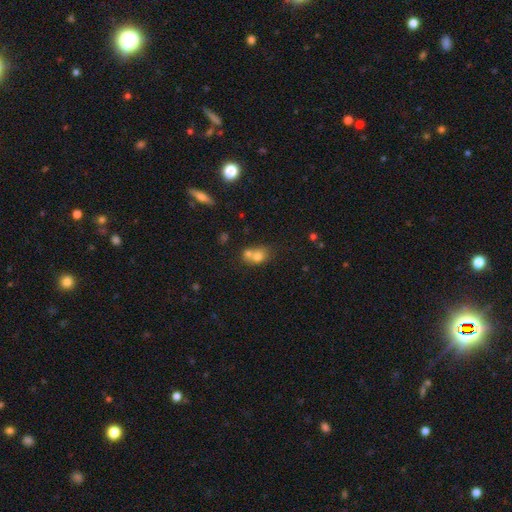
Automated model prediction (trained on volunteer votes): Smooth or featured?
  - smooth: 72% *
  - featured or disk: 17%
  - star or artifact: 11%
How rounded?
  - round: 54% *
  - in between: 45%
  - cigar-shaped: 1%
Merging?
  - merger: 58% *
  - none: 29%
  - minor disturbance: 9%
  - major disturbance: 4%